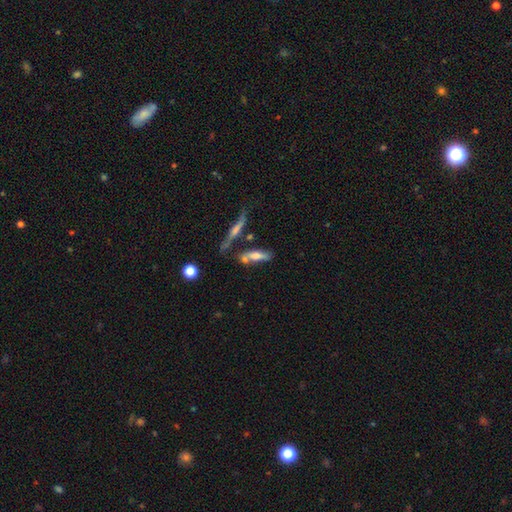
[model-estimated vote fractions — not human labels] Smooth or featured? Predicted: smooth (p=0.51). How rounded? Predicted: cigar-shaped (p=0.61). Merging? Predicted: none (p=0.49).